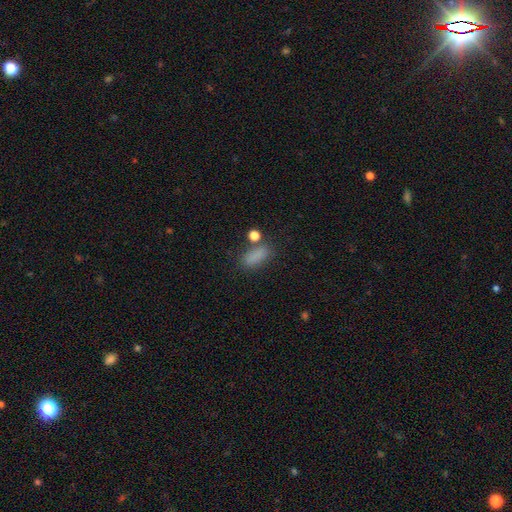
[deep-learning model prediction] A smooth galaxy with no disk features (82%) that is in between round and cigar-shaped (77%). Merging: none (72%).